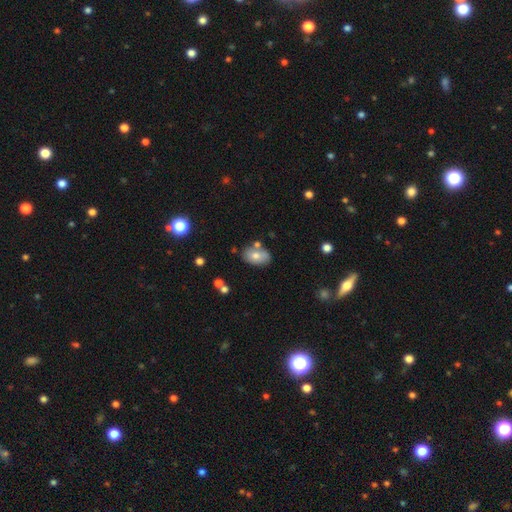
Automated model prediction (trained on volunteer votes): Smooth or featured? Predicted: smooth (p=0.70). How rounded? Predicted: in between (p=0.89). Merging? Predicted: none (p=0.67).